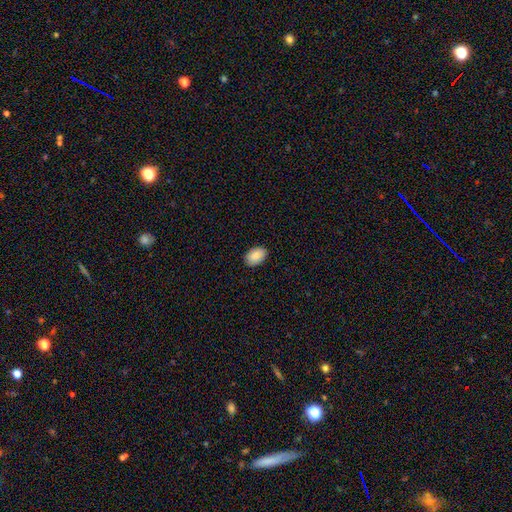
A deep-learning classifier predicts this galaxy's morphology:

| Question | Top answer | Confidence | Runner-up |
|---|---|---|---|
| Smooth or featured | smooth | 90% | star or artifact (6%) |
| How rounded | in between | 88% | round (11%) |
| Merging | none | 89% | minor disturbance (8%) |